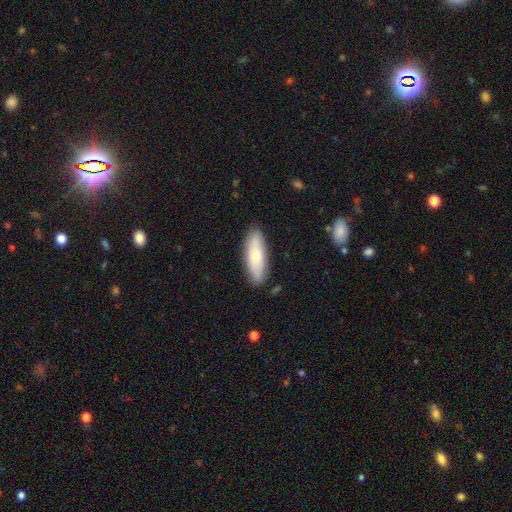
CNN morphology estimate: Smooth or featured: smooth — 70% (featured or disk — 25%)
How rounded: in between — 63% (cigar-shaped — 35%)
Merging: none — 86% (minor disturbance — 10%)